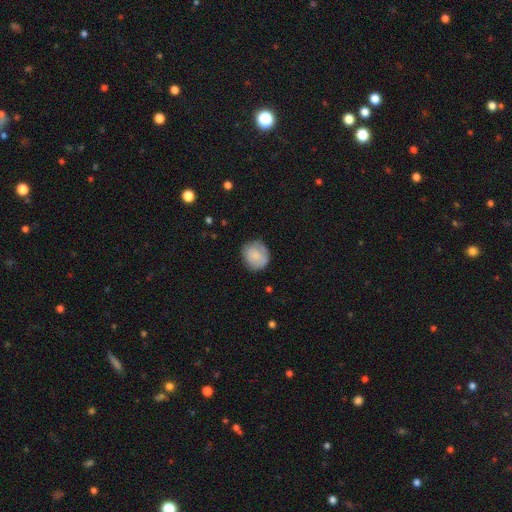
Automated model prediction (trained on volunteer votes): smooth-or-featured: smooth: 79% | featured or disk: 14% | star or artifact: 7%
  how-rounded: round: 79% | in between: 20% | cigar-shaped: 1%
  merging: none: 75% | minor disturbance: 19% | major disturbance: 4% | merger: 1%